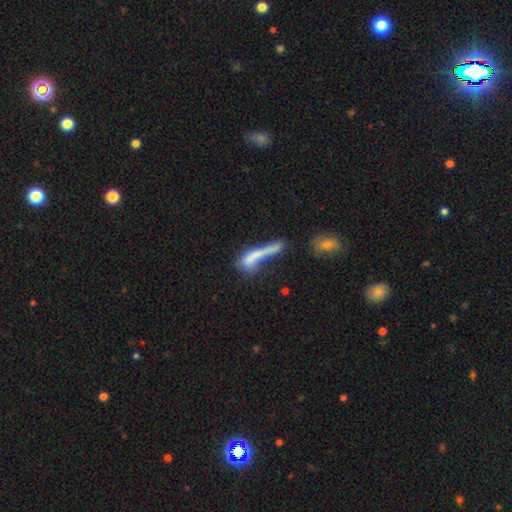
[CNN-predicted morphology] This is possibly a smooth galaxy (59%). How rounded: likely cigar-shaped (77%). Merging: marginally none (29%).